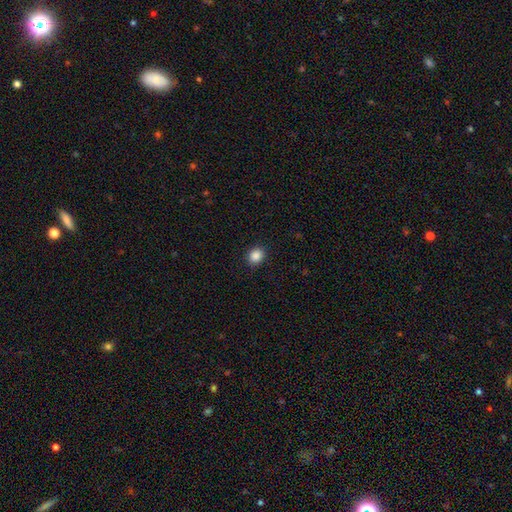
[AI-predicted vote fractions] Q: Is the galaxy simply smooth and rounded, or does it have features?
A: smooth — 87%.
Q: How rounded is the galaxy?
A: round — 66%.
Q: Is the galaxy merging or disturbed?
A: none — 90%.